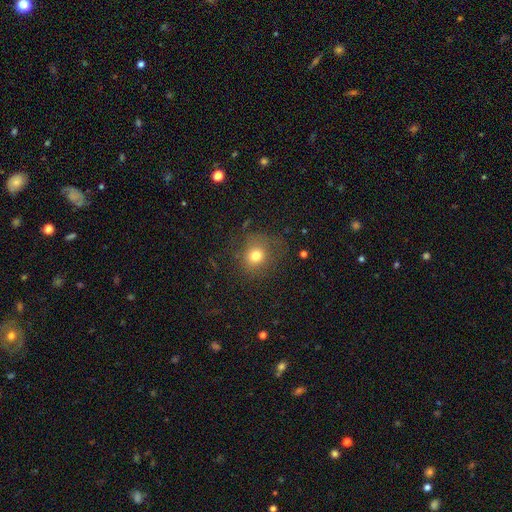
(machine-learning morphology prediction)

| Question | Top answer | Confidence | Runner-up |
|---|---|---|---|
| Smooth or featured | smooth | 75% | star or artifact (15%) |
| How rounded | round | 82% | in between (17%) |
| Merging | none | 72% | minor disturbance (16%) |